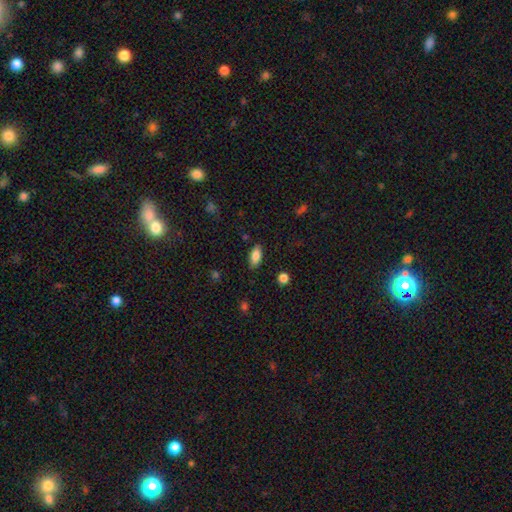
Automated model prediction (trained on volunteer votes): This appears to be a smooth galaxy with no disk features (84%) that is in between round and cigar-shaped (88%). Merging: none (85%).